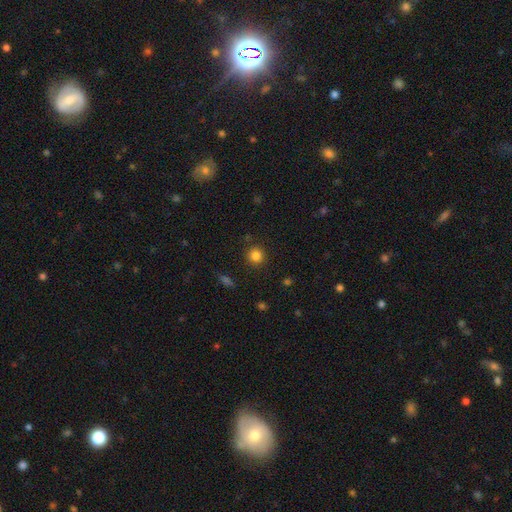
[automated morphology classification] Q: Smooth or featured?
A: smooth (83%); runner-up: star or artifact (12%)
Q: How rounded?
A: round (92%); runner-up: in between (7%)
Q: Merging?
A: none (88%); runner-up: minor disturbance (7%)